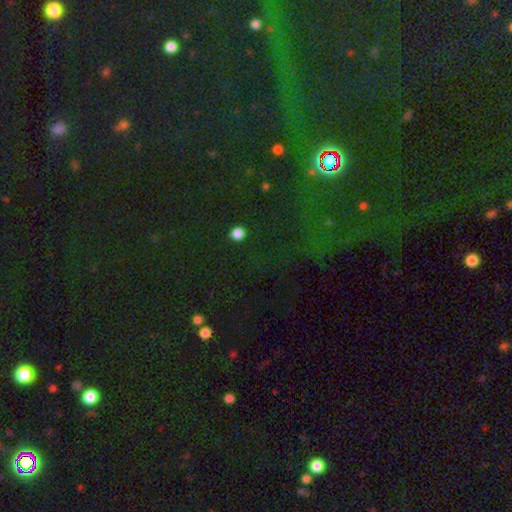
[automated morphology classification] Q: Smooth or featured?
A: star or artifact (74%); runner-up: smooth (17%)